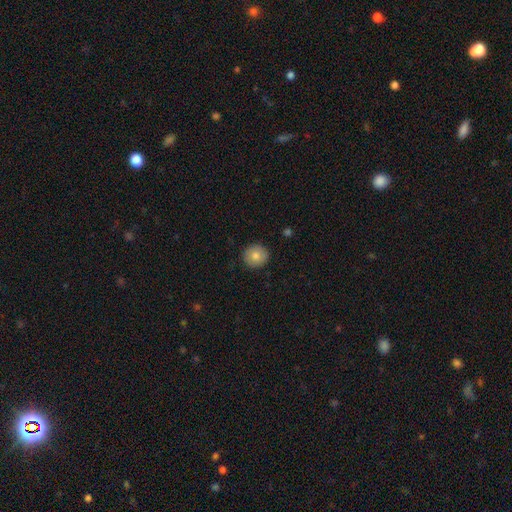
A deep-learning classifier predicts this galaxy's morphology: Overall: smooth (81%). How rounded: round (90%). Merging: none (90%).